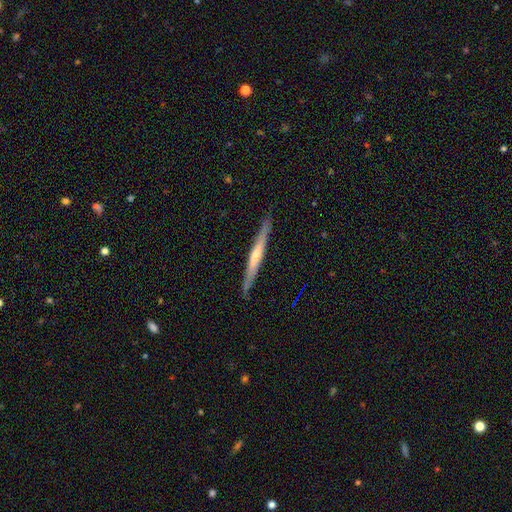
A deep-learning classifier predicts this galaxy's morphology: Overall: featured or disk (65%; smooth 30%). Edge-on disk: yes (96%). Edge-on bulge: rounded (57%; none 35%). Merging: none (89%).